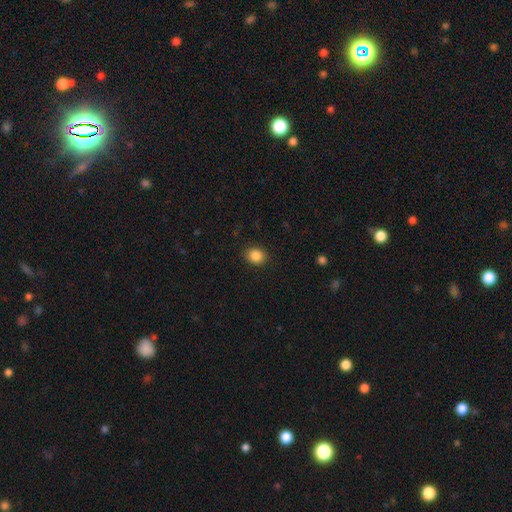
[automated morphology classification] Smooth or featured? smooth (86%)
How rounded? round (61%)
Merging? none (89%)